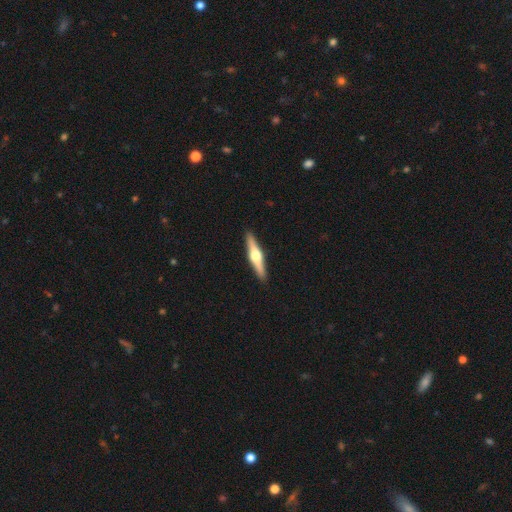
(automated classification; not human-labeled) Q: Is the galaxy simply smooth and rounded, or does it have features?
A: featured or disk — 69%.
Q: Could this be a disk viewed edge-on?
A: yes — 97%.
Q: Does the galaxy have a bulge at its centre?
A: rounded — 94%.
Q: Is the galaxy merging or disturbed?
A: none — 92%.